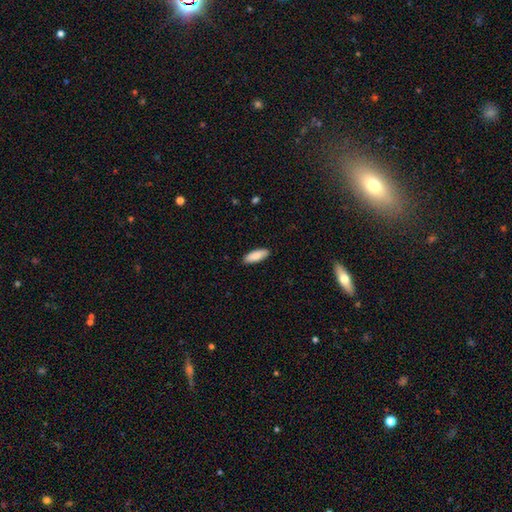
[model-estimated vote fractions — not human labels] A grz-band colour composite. It shows a smooth galaxy with no disk features (87%) that is in between round and cigar-shaped (70%). Merging: none (89%).